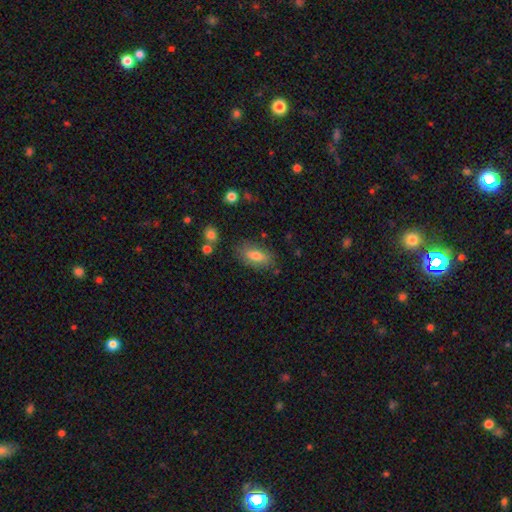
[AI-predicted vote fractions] Overall: smooth (71%). How rounded: in between (82%). Merging: none (75%).